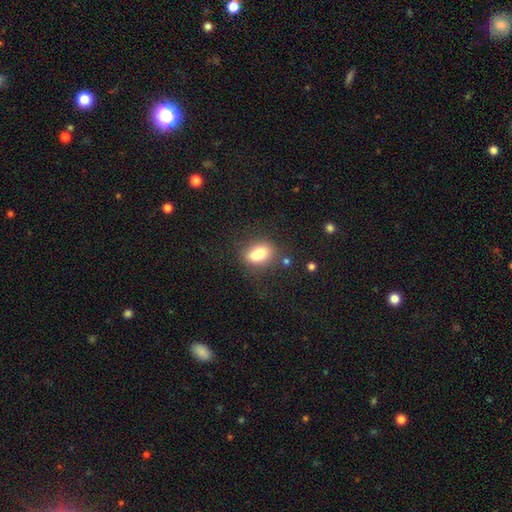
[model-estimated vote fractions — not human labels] smooth 72%, featured or disk 17%, star or artifact 11%. Down the decision tree: how rounded — in between (66%); merging — none (43%).